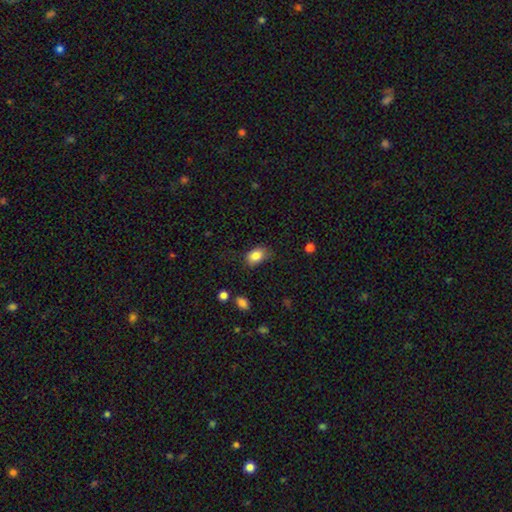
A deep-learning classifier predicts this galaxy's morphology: smooth_or_featured: smooth (p=0.85) [alt: star or artifact p=0.09]
how_rounded: in between (p=0.76) [alt: round p=0.22]
merging: none (p=0.70) [alt: minor disturbance p=0.23]